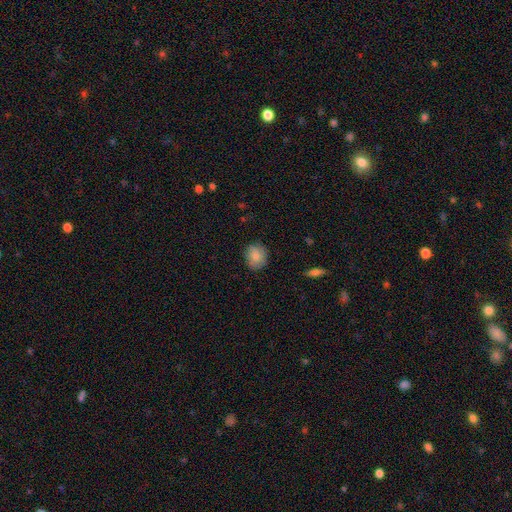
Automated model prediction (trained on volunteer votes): Morphology: type=smooth (85%); roundness=round (68%); merging=none (81%).